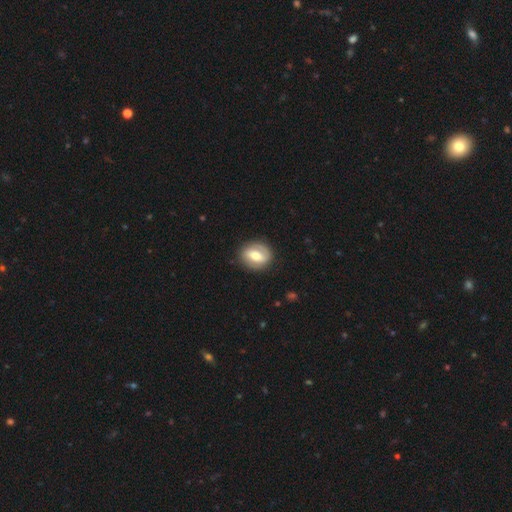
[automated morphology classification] Overall: featured or disk (50%; smooth 44%). Edge-on disk: no (94%). Merging: none (84%).